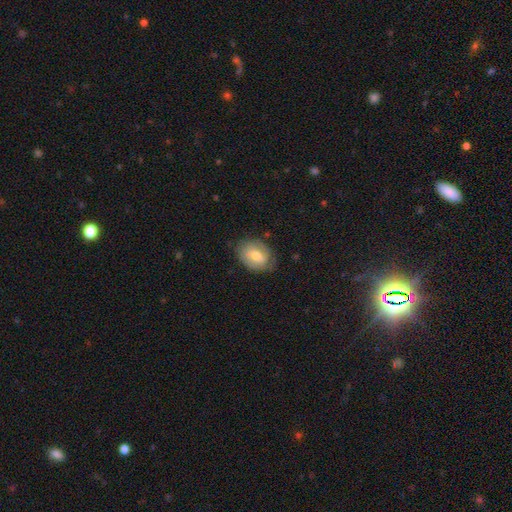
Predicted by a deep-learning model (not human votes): Smooth or featured? smooth (50%)
How rounded? in between (69%)
Merging? none (70%)